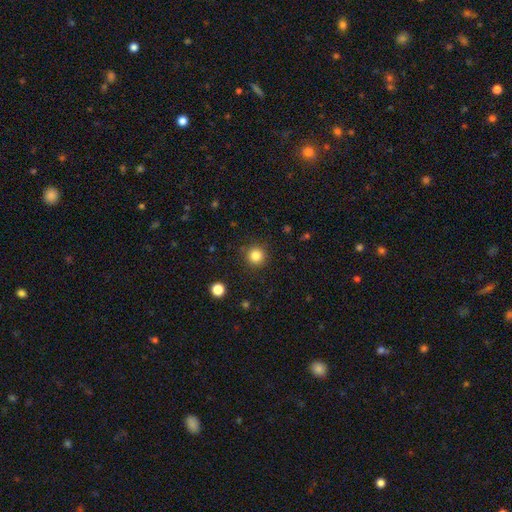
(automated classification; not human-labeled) A smooth galaxy with no disk features (83%) that is round (95%). Merging: none (89%).